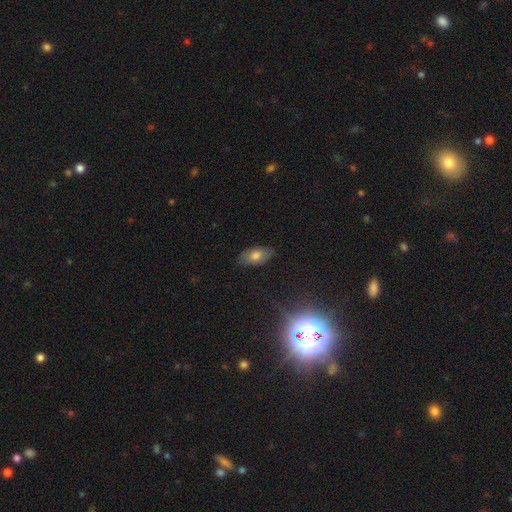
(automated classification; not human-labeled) Q: Smooth or featured?
A: smooth (73%); runner-up: featured or disk (16%)
Q: How rounded?
A: in between (92%); runner-up: round (4%)
Q: Merging?
A: none (83%); runner-up: minor disturbance (13%)